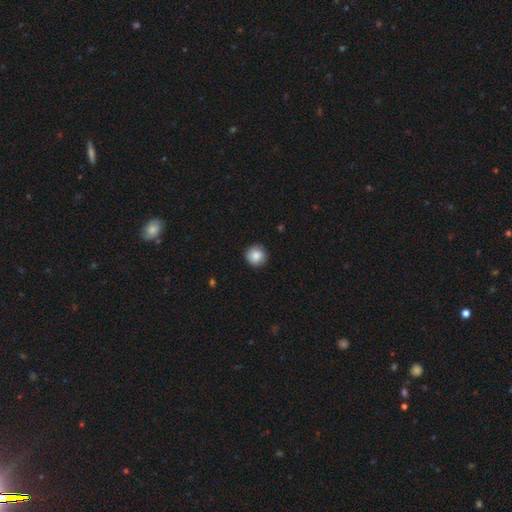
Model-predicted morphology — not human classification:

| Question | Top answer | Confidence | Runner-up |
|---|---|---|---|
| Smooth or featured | smooth | 86% | star or artifact (8%) |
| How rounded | round | 94% | in between (5%) |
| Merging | none | 88% | minor disturbance (9%) |